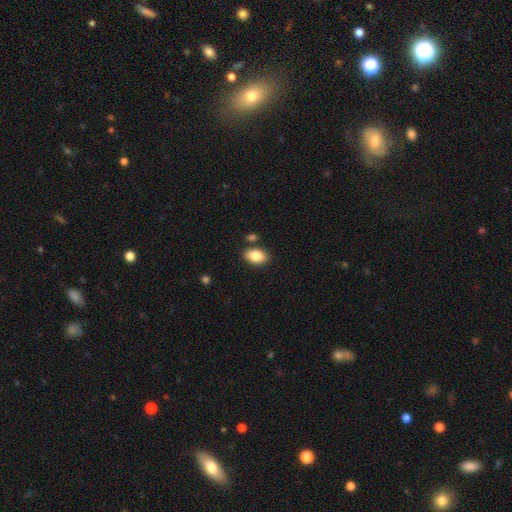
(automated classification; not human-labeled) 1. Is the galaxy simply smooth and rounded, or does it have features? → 85% smooth, 7% star or artifact, 7% featured or disk.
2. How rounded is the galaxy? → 90% in between, 8% round, 1% cigar-shaped.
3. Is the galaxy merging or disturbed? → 81% none, 10% minor disturbance, 7% merger, 2% major disturbance.